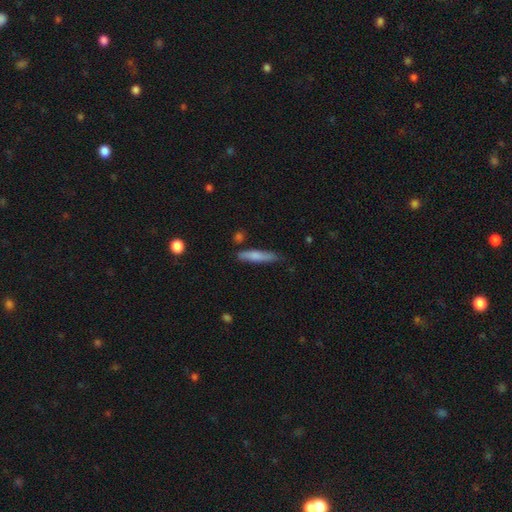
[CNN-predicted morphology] This appears to be a smooth galaxy with no disk features (72%) that is cigar-shaped (89%). Merging: none (76%).